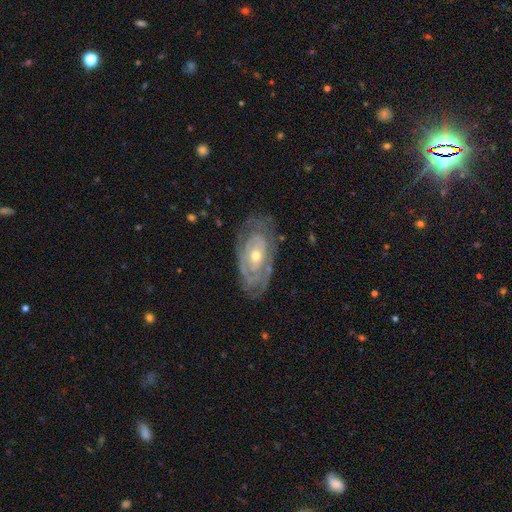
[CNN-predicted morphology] Q: Smooth or featured?
A: featured or disk (82%); runner-up: smooth (13%)
Q: Edge-on disk?
A: no (92%); runner-up: yes (8%)
Q: Bar?
A: no (72%); runner-up: weak (20%)
Q: Spiral arms?
A: yes (79%); runner-up: no (21%)
Q: Spiral winding?
A: tight (75%); runner-up: medium (18%)
Q: Spiral arm count?
A: can't tell (48%); runner-up: 2 (29%)
Q: Bulge size?
A: moderate (52%); runner-up: small (45%)
Q: Merging?
A: none (75%); runner-up: minor disturbance (17%)